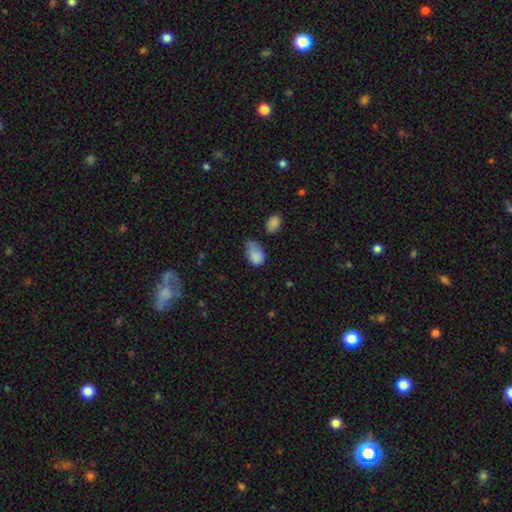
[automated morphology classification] Smooth or featured? smooth (81%)
How rounded? in between (85%)
Merging? minor disturbance (43%)